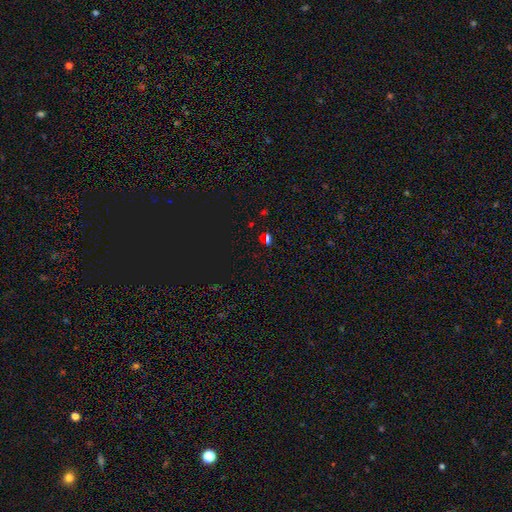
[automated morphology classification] Smooth or featured? star or artifact (74%)